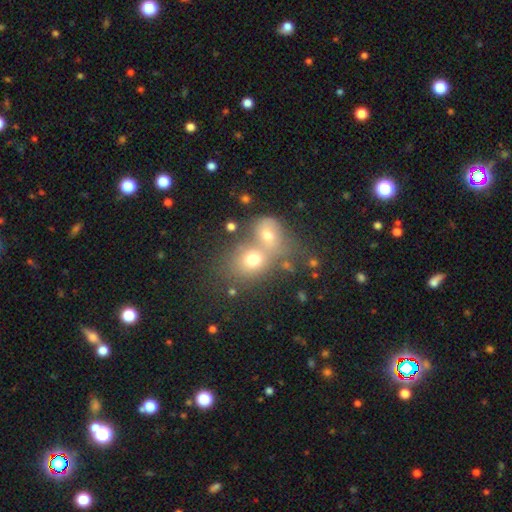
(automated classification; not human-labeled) This appears to be a smooth galaxy with no disk features (60%) that is round (63%). Merging: merger (57%).